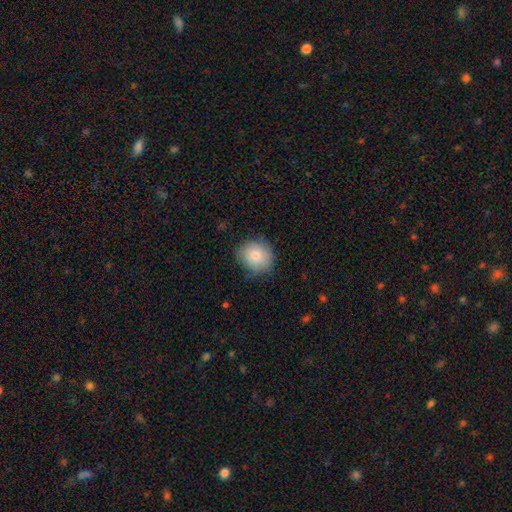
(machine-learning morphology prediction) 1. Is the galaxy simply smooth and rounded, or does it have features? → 84% smooth, 9% featured or disk, 7% star or artifact.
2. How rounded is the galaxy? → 74% round, 25% in between, 1% cigar-shaped.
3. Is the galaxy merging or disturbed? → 73% none, 22% minor disturbance, 4% major disturbance, 1% merger.